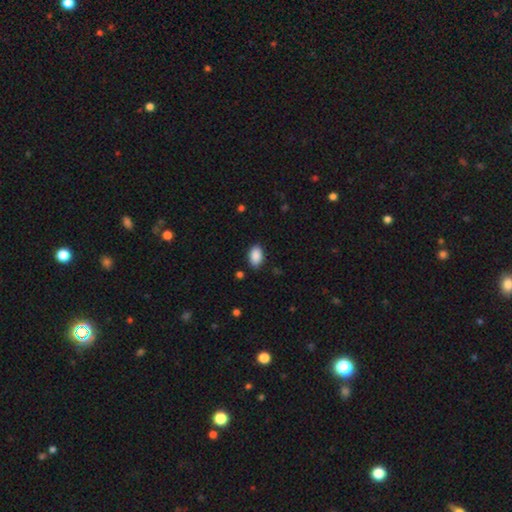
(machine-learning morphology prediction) Smooth or featured? smooth (90%)
How rounded? in between (92%)
Merging? none (86%)